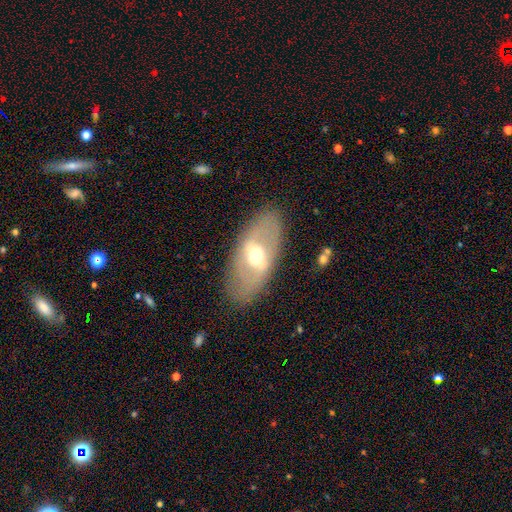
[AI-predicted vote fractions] smooth-or-featured: featured or disk: 61% | smooth: 32% | star or artifact: 7%
  disk-edge-on: no: 82% | yes: 18%
    bar: weak: 41% | strong: 39% | no: 20%
    has-spiral-arms: no: 76% | yes: 24%
    bulge-size: moderate: 68% | small: 17% | large: 12% | dominant: 1% | none: 1%
  merging: none: 83% | minor disturbance: 11% | major disturbance: 5% | merger: 1%